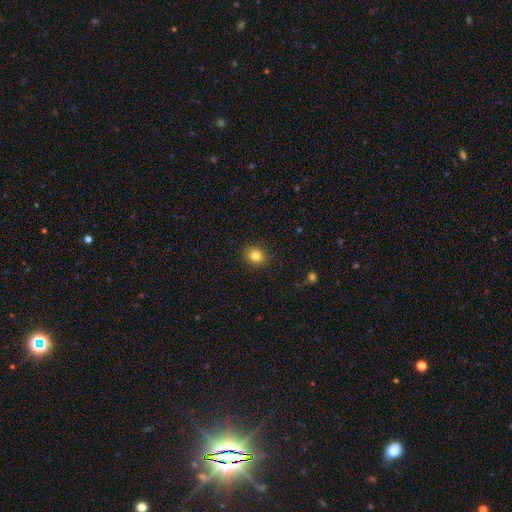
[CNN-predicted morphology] The model was most divided on "how rounded": round: 60%, in between: 39%, cigar-shaped: 1%. More confident: merging — none (90%); smooth or featured — smooth (82%).